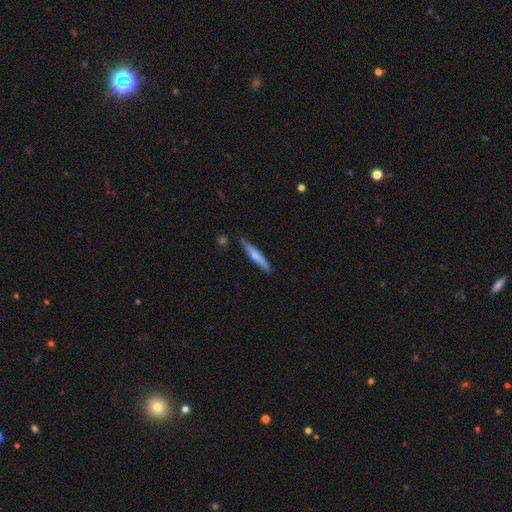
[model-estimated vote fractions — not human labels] A smooth galaxy with no disk features (57%) that is cigar-shaped (94%).

Vote fractions:
- Smooth or featured? smooth: 57% / featured or disk: 38% / star or artifact: 5%
- How rounded? cigar-shaped: 94% / in between: 5% / round: 1%
- Merging? none: 84% / minor disturbance: 12% / merger: 2% / major disturbance: 2%